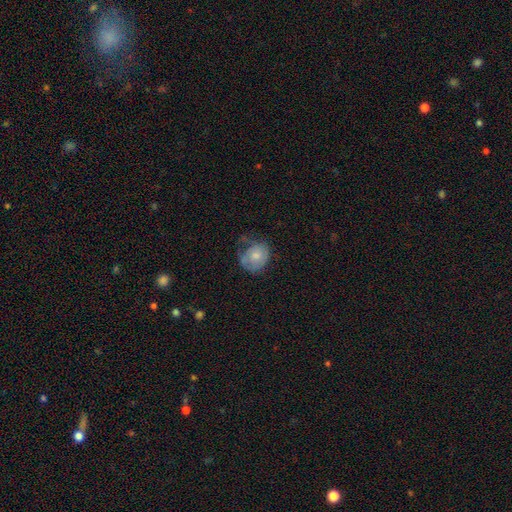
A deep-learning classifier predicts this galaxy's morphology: Smooth or featured? smooth (64%)
How rounded? round (67%)
Merging? none (40%)